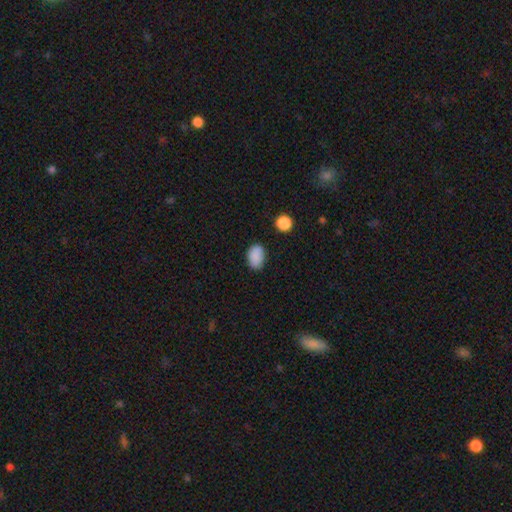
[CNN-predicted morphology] Smooth or featured: smooth — 87% (star or artifact — 9%)
How rounded: in between — 84% (round — 15%)
Merging: none — 81% (minor disturbance — 14%)